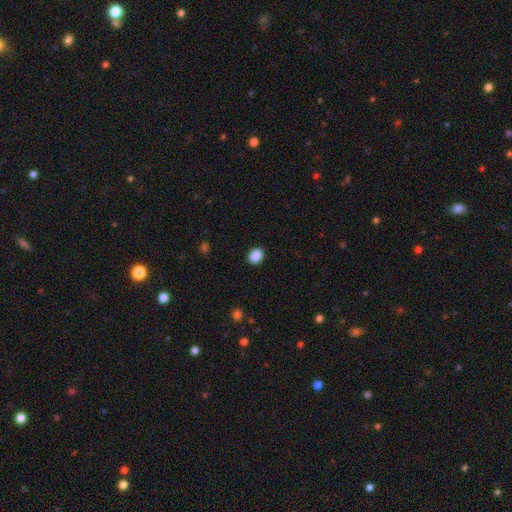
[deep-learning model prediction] Smooth or featured: smooth — 88% (star or artifact — 9%)
How rounded: round — 62% (in between — 37%)
Merging: none — 91% (minor disturbance — 6%)